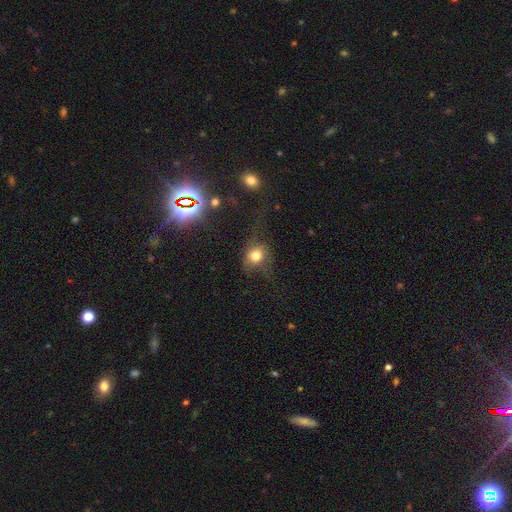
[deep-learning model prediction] Smooth or featured: smooth — 70% (star or artifact — 15%)
How rounded: round — 67% (in between — 31%)
Merging: none — 47% (major disturbance — 28%)